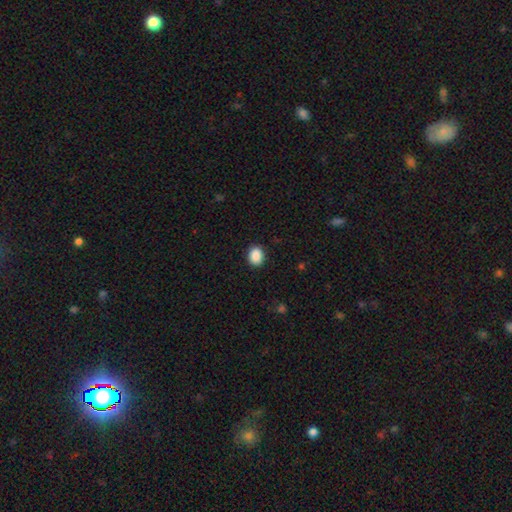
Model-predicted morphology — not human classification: Overall: smooth (90%). How rounded: in between (54%; round 45%). Merging: none (90%).